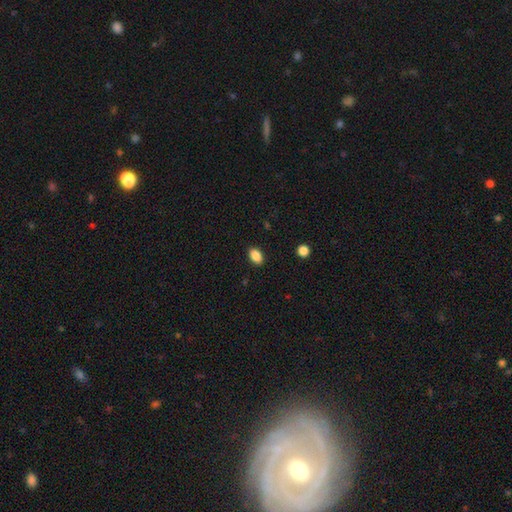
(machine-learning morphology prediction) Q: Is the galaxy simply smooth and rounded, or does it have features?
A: smooth — 87%.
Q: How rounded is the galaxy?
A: in between — 87%.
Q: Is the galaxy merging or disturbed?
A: none — 89%.